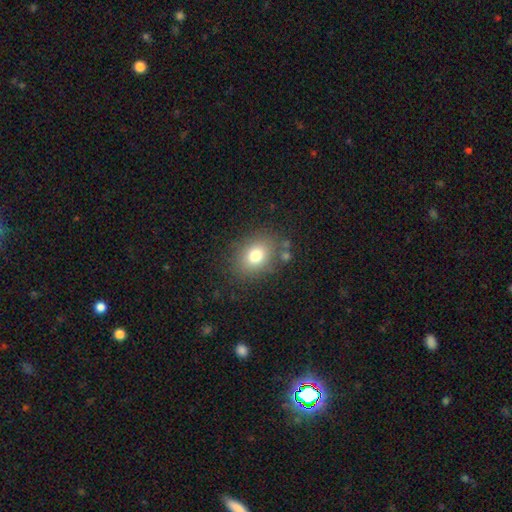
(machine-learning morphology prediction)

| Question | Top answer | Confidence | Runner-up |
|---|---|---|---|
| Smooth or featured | smooth | 76% | star or artifact (12%) |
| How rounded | in between | 55% | round (44%) |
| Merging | none | 80% | minor disturbance (12%) |